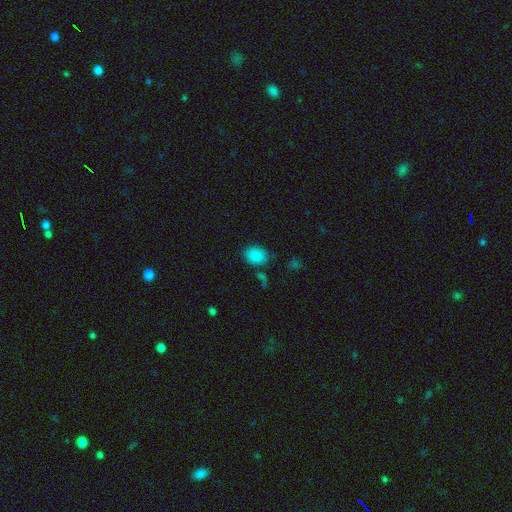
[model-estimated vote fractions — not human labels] Morphology: type=smooth (86%); roundness=in between (60%); merging=none (77%).